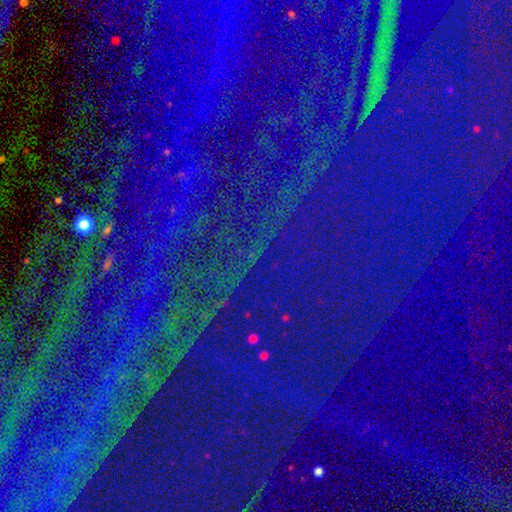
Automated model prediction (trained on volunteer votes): star or artifact 87%, featured or disk 7%, smooth 6%.